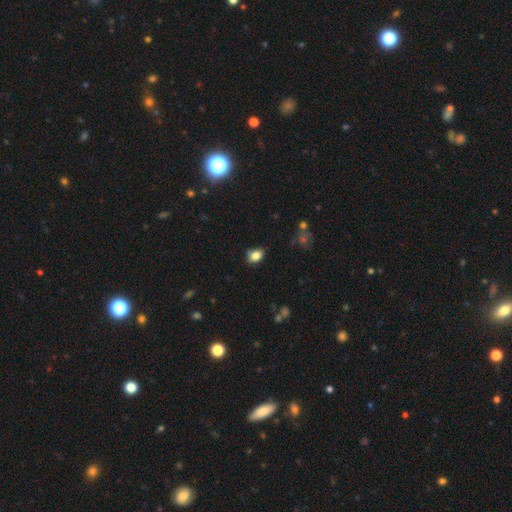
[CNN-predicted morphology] This is clearly a smooth galaxy (83%). How rounded: likely in between (73%). Merging: likely none (72%).